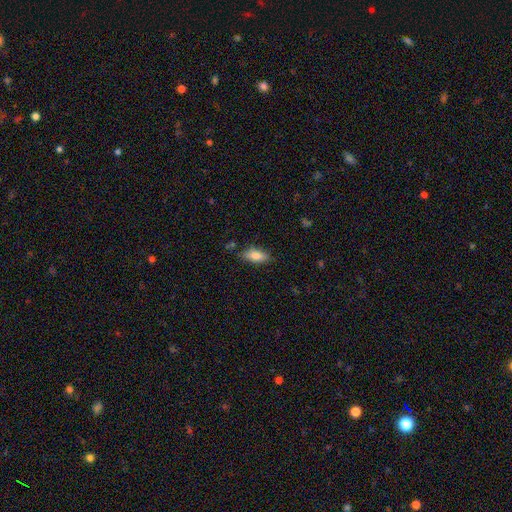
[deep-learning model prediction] Overall: smooth (78%). How rounded: in between (79%). Merging: none (79%).